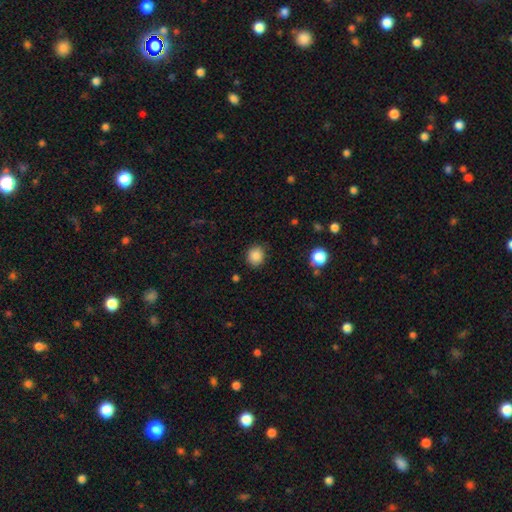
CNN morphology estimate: A smooth galaxy with no disk features (87%) that is round (75%).

Vote fractions:
- Smooth or featured? smooth: 87% / star or artifact: 10% / featured or disk: 3%
- How rounded? round: 75% / in between: 24% / cigar-shaped: 1%
- Merging? none: 85% / minor disturbance: 11% / major disturbance: 3% / merger: 1%